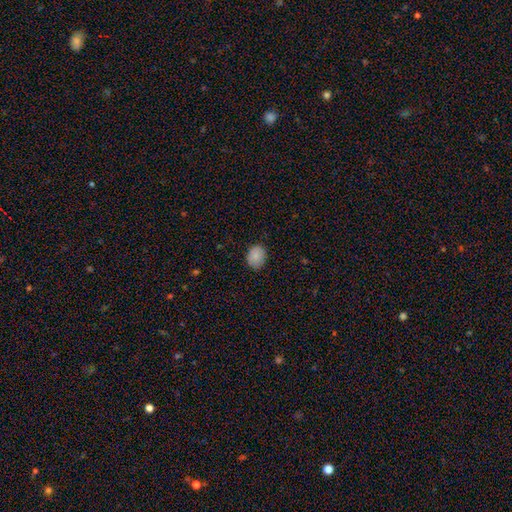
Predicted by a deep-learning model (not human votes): smooth_or_featured: smooth (p=0.86) [alt: star or artifact p=0.08]
how_rounded: in between (p=0.50) [alt: round p=0.49]
merging: none (p=0.83) [alt: minor disturbance p=0.13]